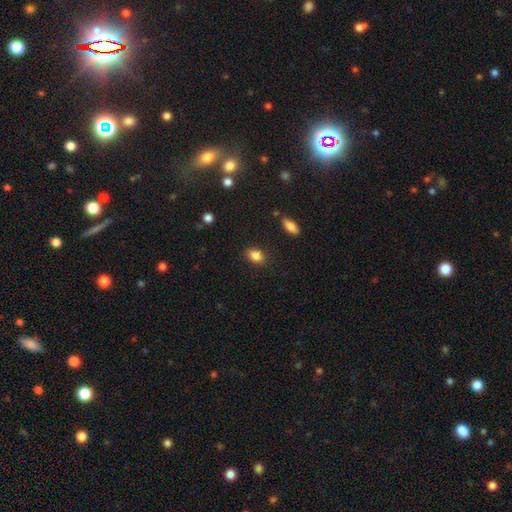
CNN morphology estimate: smooth_or_featured: smooth (p=0.85) [alt: star or artifact p=0.09]
how_rounded: in between (p=0.82) [alt: round p=0.16]
merging: none (p=0.86) [alt: minor disturbance p=0.10]